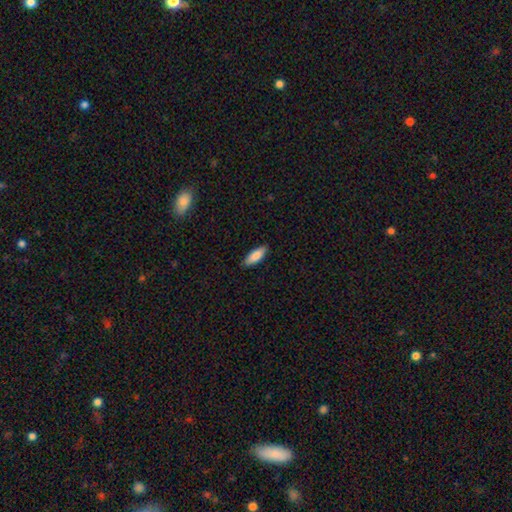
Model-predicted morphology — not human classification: Smooth or featured?
  - smooth: 85% *
  - featured or disk: 9%
  - star or artifact: 6%
How rounded?
  - in between: 64% *
  - cigar-shaped: 34%
  - round: 2%
Merging?
  - none: 88% *
  - minor disturbance: 9%
  - major disturbance: 2%
  - merger: 1%